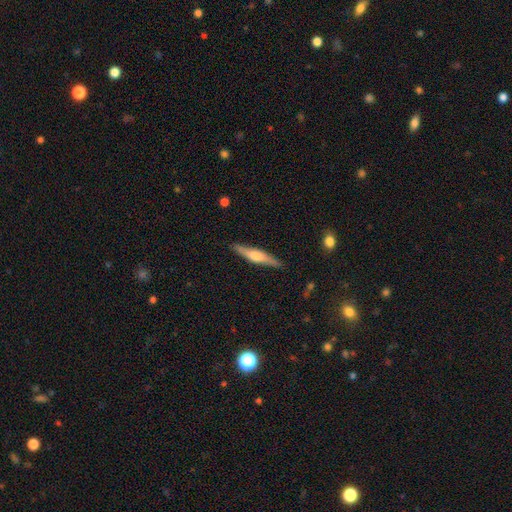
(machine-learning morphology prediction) Overall: featured or disk (63%; smooth 32%). Edge-on disk: yes (96%). Edge-on bulge: rounded (79%). Merging: none (88%).